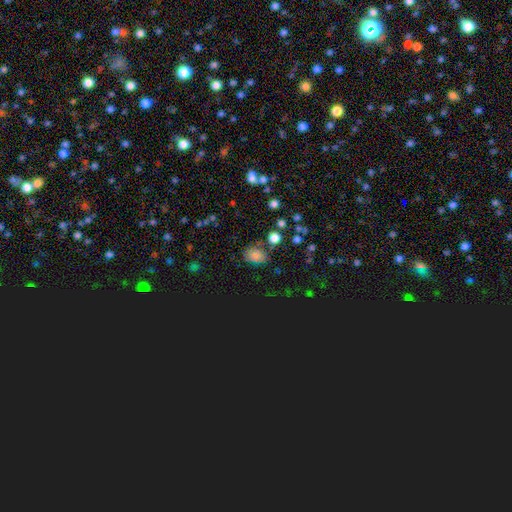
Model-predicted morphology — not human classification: Overall: smooth (72%). How rounded: in between (63%; round 36%). Merging: none (70%).